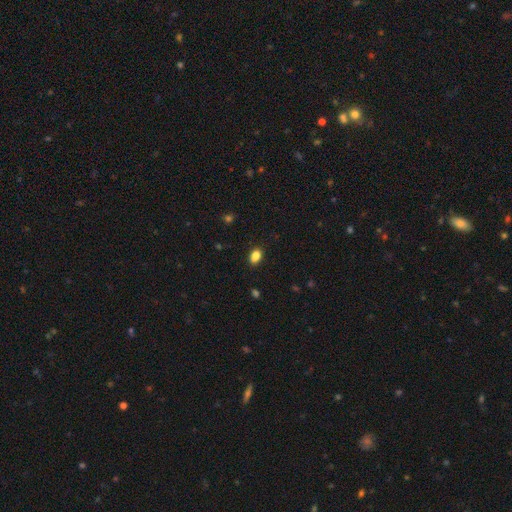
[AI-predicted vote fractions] Smooth or featured?
  - smooth: 85% *
  - star or artifact: 10%
  - featured or disk: 6%
How rounded?
  - in between: 81% *
  - round: 18%
  - cigar-shaped: 2%
Merging?
  - none: 87% *
  - minor disturbance: 10%
  - major disturbance: 2%
  - merger: 1%